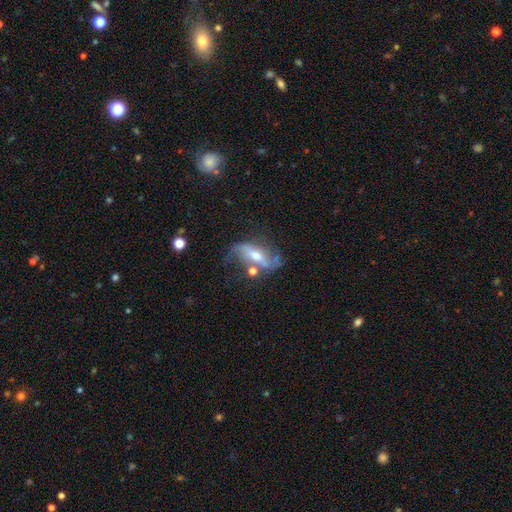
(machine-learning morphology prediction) Smooth or featured? featured or disk (73%)
Edge-on disk? no (81%)
Bar? strong (40%)
Spiral arms? yes (83%)
Bulge size? moderate (63%)
Merging? none (49%)